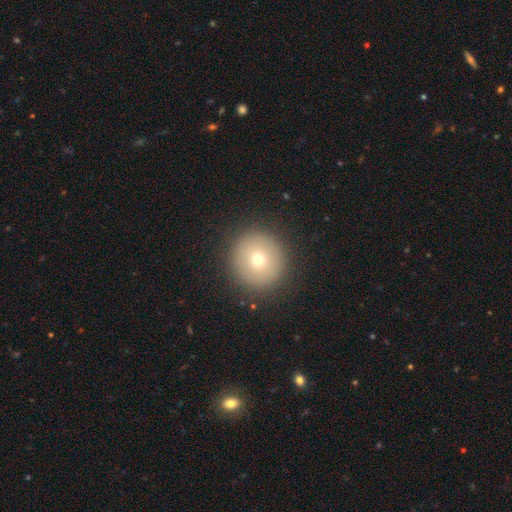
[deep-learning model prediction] Smooth or featured? Predicted: smooth (p=0.54). How rounded? Predicted: round (p=0.93). Merging? Predicted: none (p=0.90).